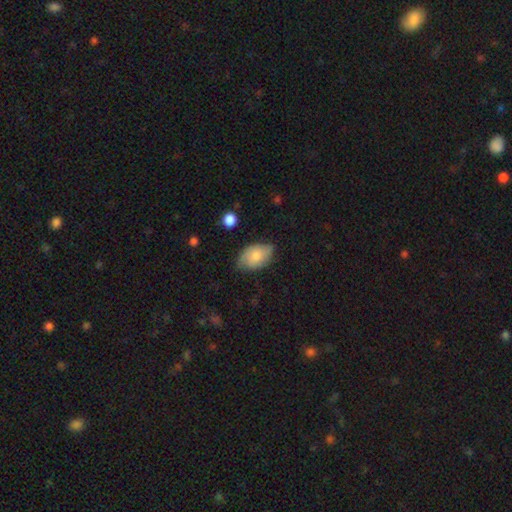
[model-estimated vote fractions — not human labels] Overall: smooth (75%). How rounded: in between (92%). Merging: none (62%; minor disturbance 31%).